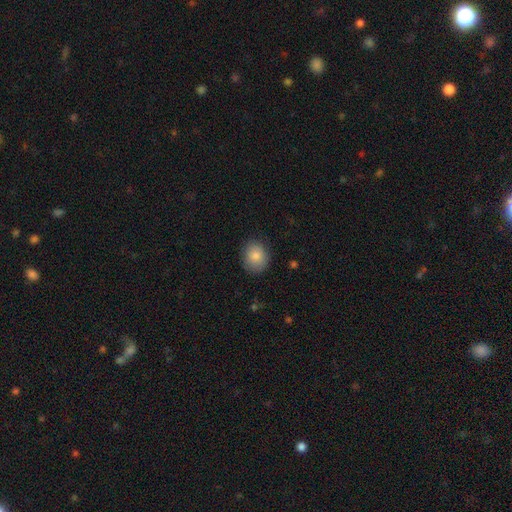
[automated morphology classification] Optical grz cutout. It shows a smooth galaxy with no disk features (84%) that is round (66%). Merging: none (85%).